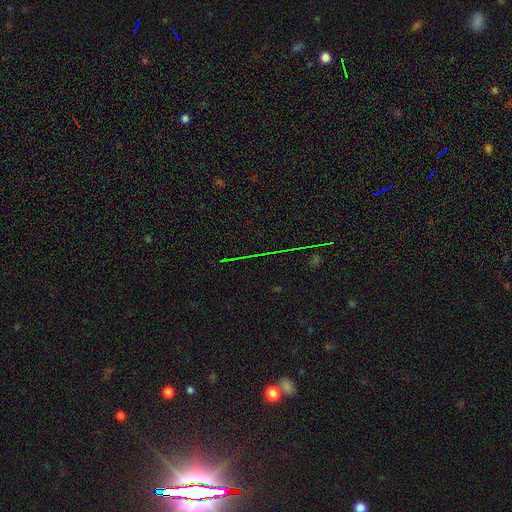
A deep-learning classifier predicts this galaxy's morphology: type=star or artifact (77%).